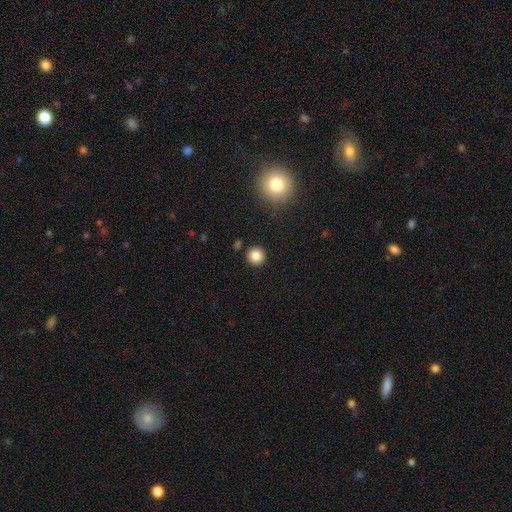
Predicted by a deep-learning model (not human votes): The model was most divided on "smooth or featured": smooth: 84%, star or artifact: 11%, featured or disk: 4%. More confident: how rounded — round (95%); merging — none (90%).